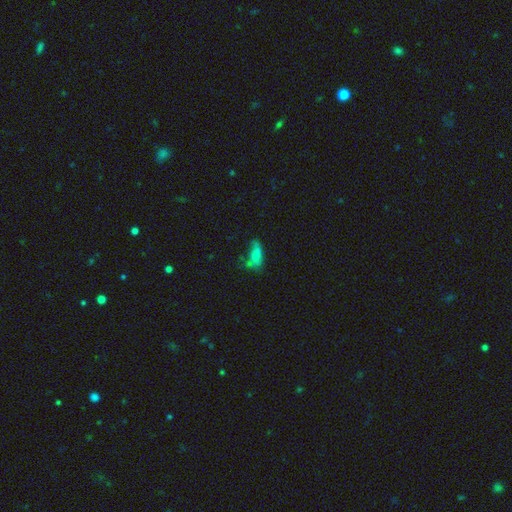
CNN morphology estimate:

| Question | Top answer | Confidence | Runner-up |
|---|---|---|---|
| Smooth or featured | smooth | 67% | featured or disk (19%) |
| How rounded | in between | 80% | cigar-shaped (16%) |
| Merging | none | 32% | major disturbance (29%) |